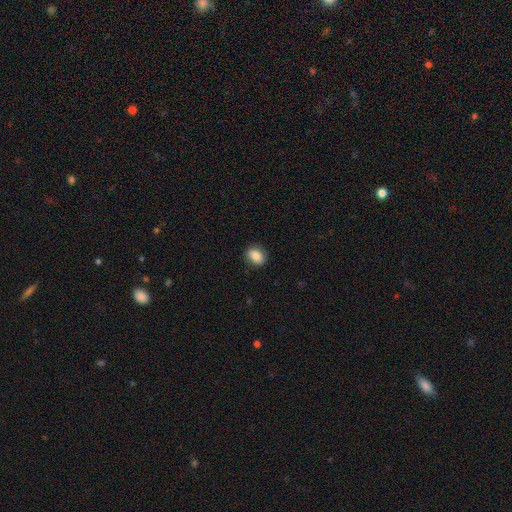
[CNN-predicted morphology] The model was most divided on "how rounded": in between: 59%, round: 40%, cigar-shaped: 1%. More confident: merging — none (85%); smooth or featured — smooth (85%).